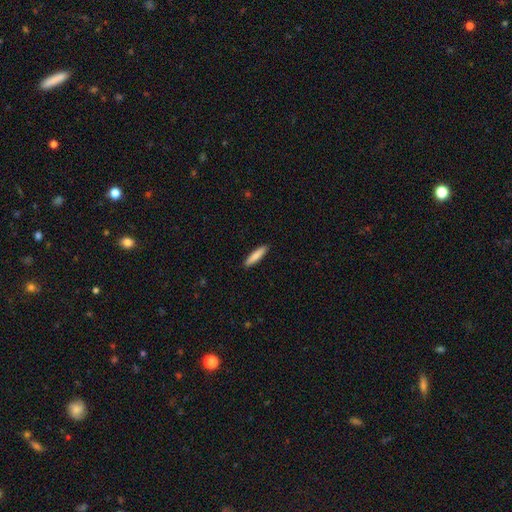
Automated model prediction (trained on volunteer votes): smooth_or_featured: smooth (p=0.82) [alt: featured or disk p=0.13]
how_rounded: cigar-shaped (p=0.84) [alt: in between p=0.15]
merging: none (p=0.91) [alt: minor disturbance p=0.06]